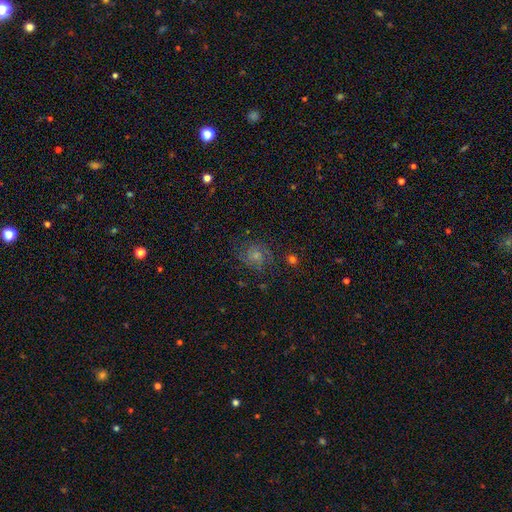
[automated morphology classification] The model was most divided on "smooth or featured": featured or disk: 43%, smooth: 41%, star or artifact: 17%. More confident: merging — none (67%).